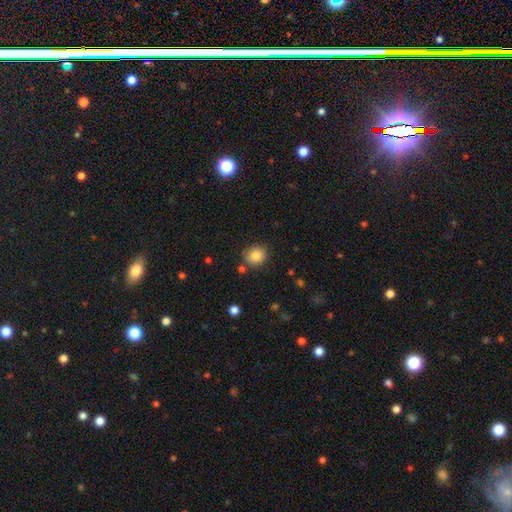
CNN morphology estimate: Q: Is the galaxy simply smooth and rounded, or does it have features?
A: smooth — 83%.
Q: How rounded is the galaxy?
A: round — 82%.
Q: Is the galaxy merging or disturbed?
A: none — 84%.